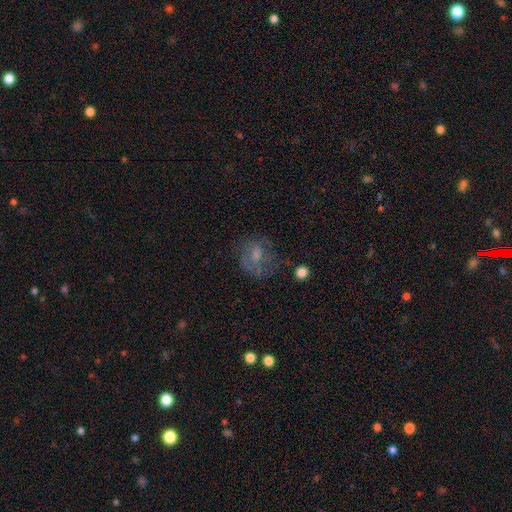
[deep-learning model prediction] smooth 46%, featured or disk 39%, star or artifact 15%. Down the decision tree: merging — none (49%).